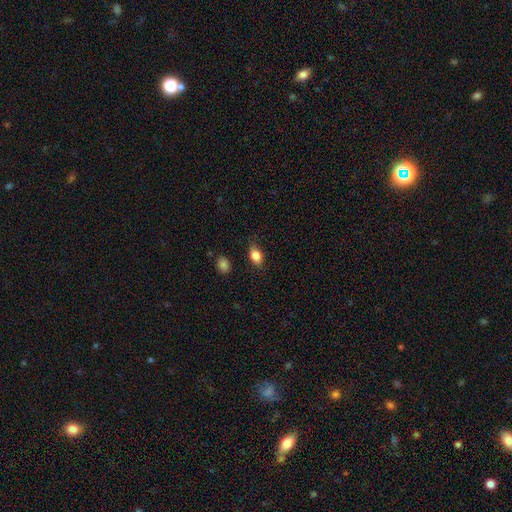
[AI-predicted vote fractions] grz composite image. It shows a smooth galaxy with no disk features (83%) that is in between round and cigar-shaped (82%). Merging: none (79%).